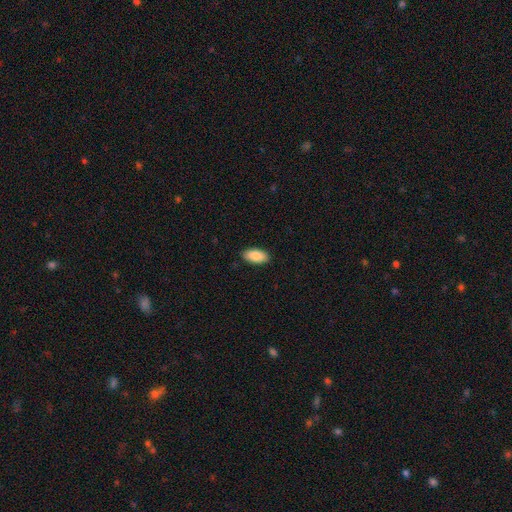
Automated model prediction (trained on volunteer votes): The model was most divided on "merging": none: 89%, minor disturbance: 8%, major disturbance: 2%, merger: 1%. More confident: how rounded — in between (94%); smooth or featured — smooth (89%).